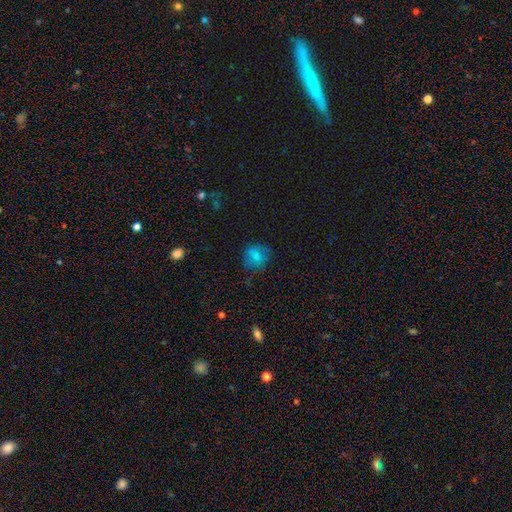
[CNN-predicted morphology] This is likely a smooth galaxy (69%). How rounded: likely round (69%). Merging: likely none (73%).